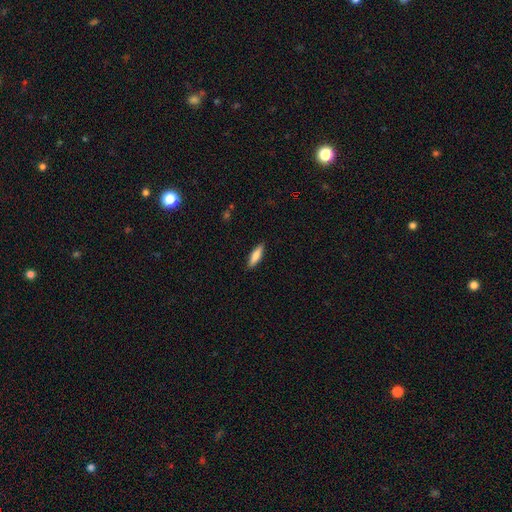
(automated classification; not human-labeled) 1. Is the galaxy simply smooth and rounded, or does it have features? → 81% smooth, 14% featured or disk, 6% star or artifact.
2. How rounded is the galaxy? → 57% cigar-shaped, 41% in between, 2% round.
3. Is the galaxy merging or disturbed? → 89% none, 8% minor disturbance, 2% major disturbance, 1% merger.